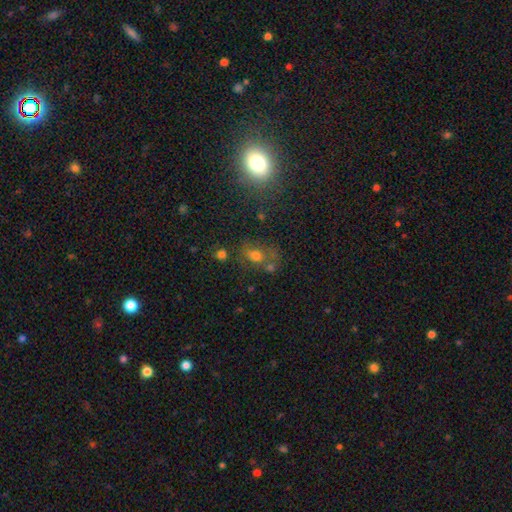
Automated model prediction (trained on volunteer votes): A smooth galaxy with no disk features (55%) that is in between round and cigar-shaped (58%).

Vote fractions:
- Smooth or featured? smooth: 55% / star or artifact: 23% / featured or disk: 21%
- How rounded? in between: 58% / round: 39% / cigar-shaped: 2%
- Merging? none: 46% / merger: 23% / minor disturbance: 18% / major disturbance: 13%